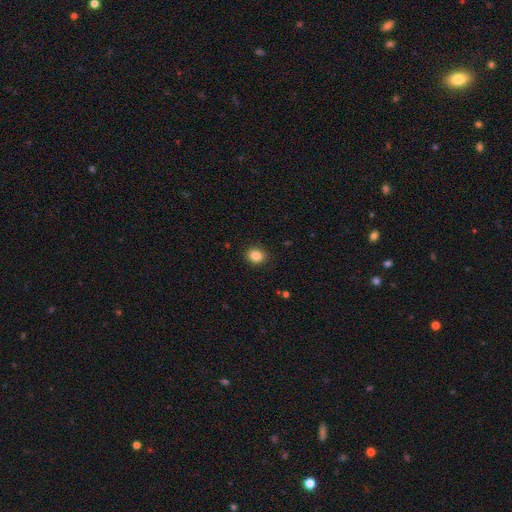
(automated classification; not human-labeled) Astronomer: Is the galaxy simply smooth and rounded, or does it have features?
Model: smooth — 85%.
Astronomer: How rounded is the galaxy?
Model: round — 63%.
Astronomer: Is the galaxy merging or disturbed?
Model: none — 90%.